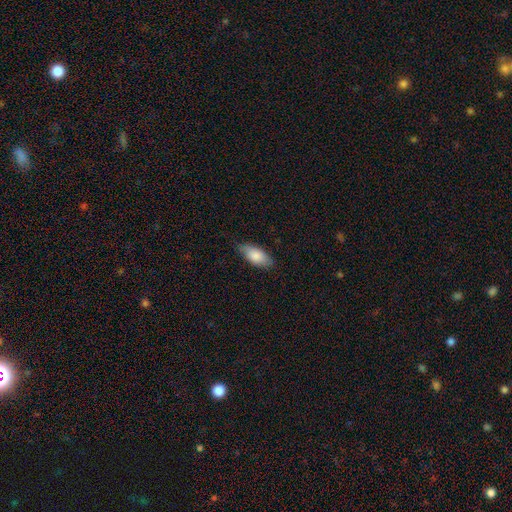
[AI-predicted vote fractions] Overall: smooth (82%). How rounded: in between (87%). Merging: none (77%).